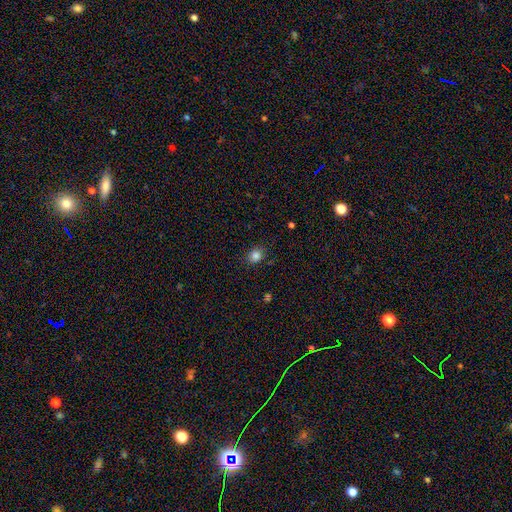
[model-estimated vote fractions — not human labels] Overall: smooth (84%). How rounded: round (55%; in between 44%). Merging: none (85%).